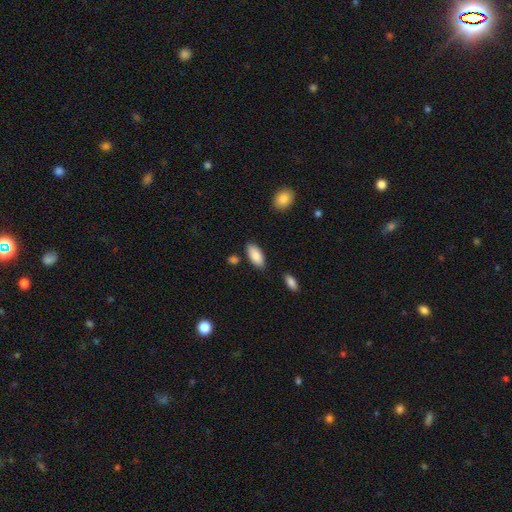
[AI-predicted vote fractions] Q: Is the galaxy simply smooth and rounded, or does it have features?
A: smooth — 87%.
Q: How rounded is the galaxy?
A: in between — 89%.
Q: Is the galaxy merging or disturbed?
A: none — 82%.